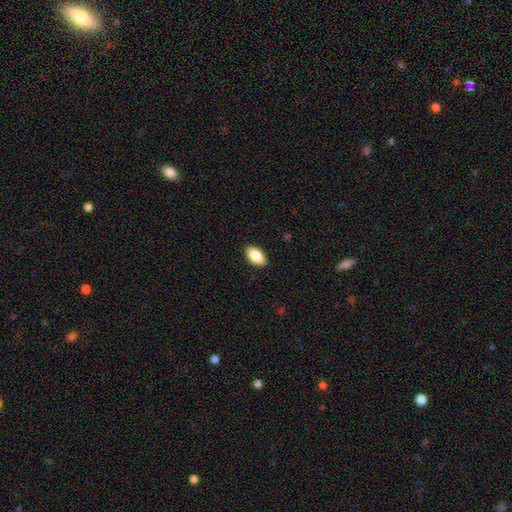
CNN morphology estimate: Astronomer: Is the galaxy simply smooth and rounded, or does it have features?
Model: smooth — 85%.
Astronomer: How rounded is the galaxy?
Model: in between — 93%.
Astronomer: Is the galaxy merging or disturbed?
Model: none — 90%.